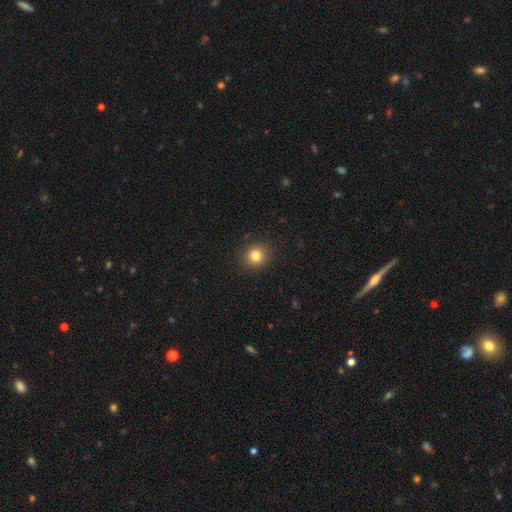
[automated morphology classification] This appears to be a smooth galaxy with no disk features (81%) that is round (84%). Merging: none (90%).